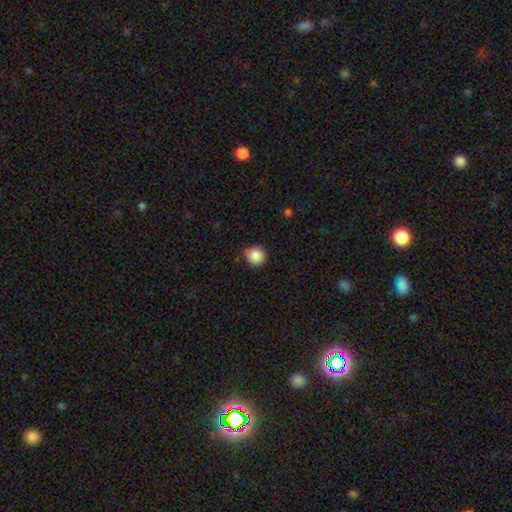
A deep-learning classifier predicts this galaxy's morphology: The model was most divided on "merging": none: 83%, minor disturbance: 14%, major disturbance: 2%, merger: 1%. More confident: how rounded — round (94%); smooth or featured — smooth (87%).